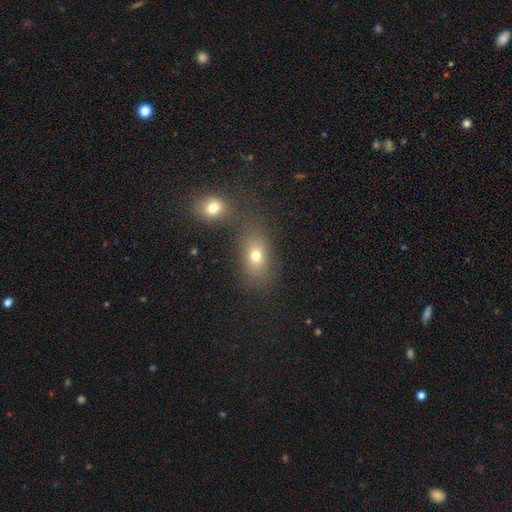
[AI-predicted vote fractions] Overall: smooth (70%). How rounded: in between (66%; round 30%). Merging: none (56%; merger 27%).